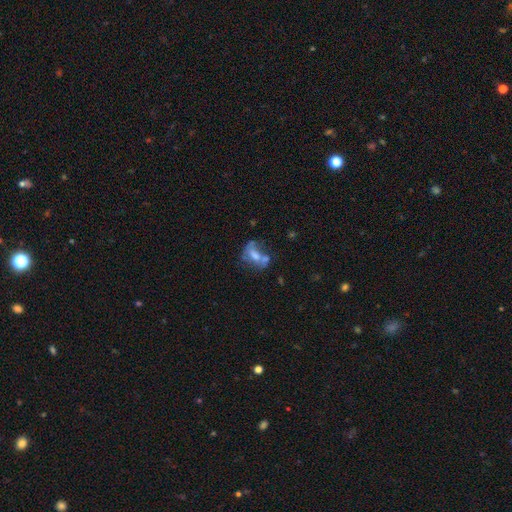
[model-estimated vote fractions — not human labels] Smooth or featured? smooth (46%)
Merging? merger (34%)